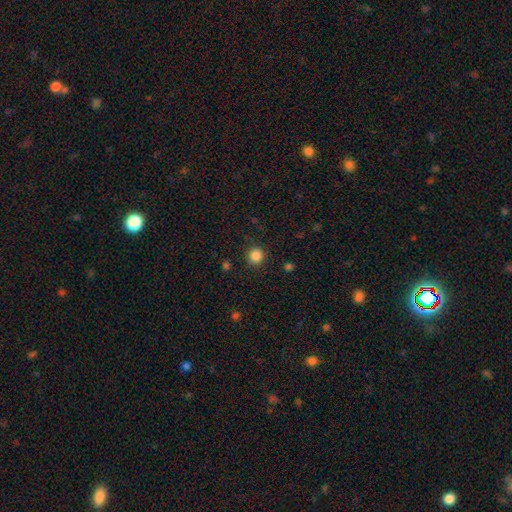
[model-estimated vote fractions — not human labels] A smooth galaxy with no disk features (86%) that is round (94%).

Vote fractions:
- Smooth or featured? smooth: 86% / star or artifact: 11% / featured or disk: 3%
- How rounded? round: 94% / in between: 5% / cigar-shaped: 1%
- Merging? none: 90% / minor disturbance: 6% / major disturbance: 2% / merger: 1%